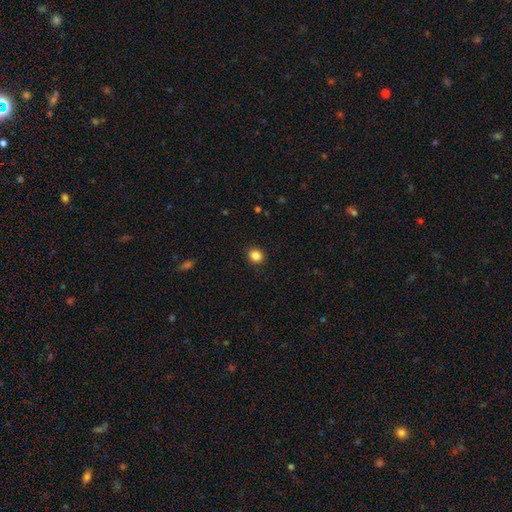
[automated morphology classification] Smooth or featured?
  - smooth: 85% *
  - star or artifact: 11%
  - featured or disk: 4%
How rounded?
  - round: 77% *
  - in between: 22%
  - cigar-shaped: 1%
Merging?
  - none: 90% *
  - minor disturbance: 7%
  - major disturbance: 2%
  - merger: 1%